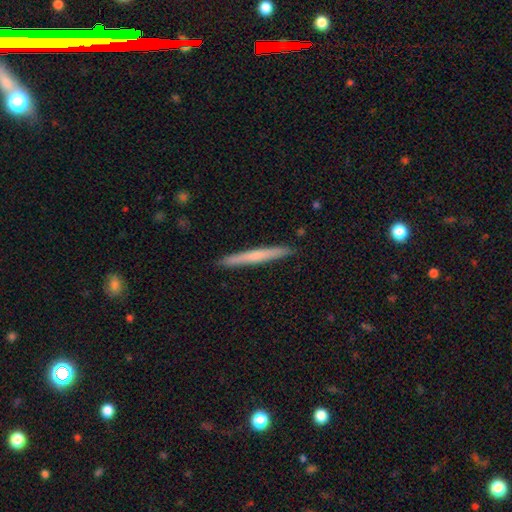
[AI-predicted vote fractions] Smooth or featured? Predicted: smooth (p=0.55). How rounded? Predicted: cigar-shaped (p=0.97). Merging? Predicted: none (p=0.92).